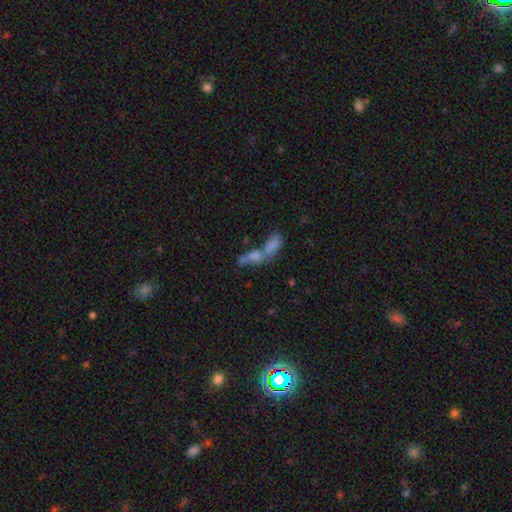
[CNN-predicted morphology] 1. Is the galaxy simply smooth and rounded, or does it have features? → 49% smooth, 26% featured or disk, 25% star or artifact.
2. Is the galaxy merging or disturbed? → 66% merger, 20% none, 7% major disturbance, 7% minor disturbance.